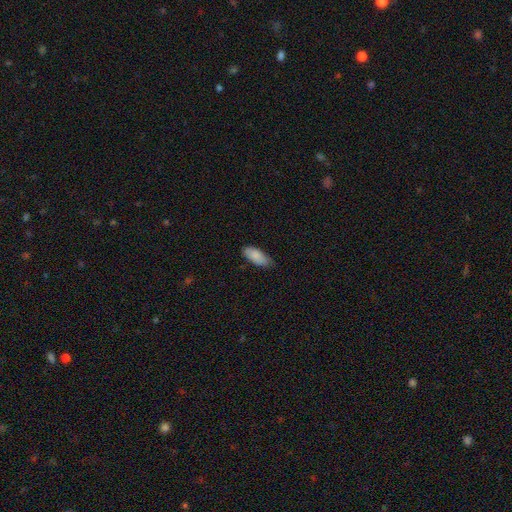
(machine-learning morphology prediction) smooth-or-featured: smooth: 87% | featured or disk: 8% | star or artifact: 6%
  how-rounded: in between: 83% | cigar-shaped: 16% | round: 2%
  merging: none: 71% | minor disturbance: 25% | major disturbance: 4% | merger: 1%